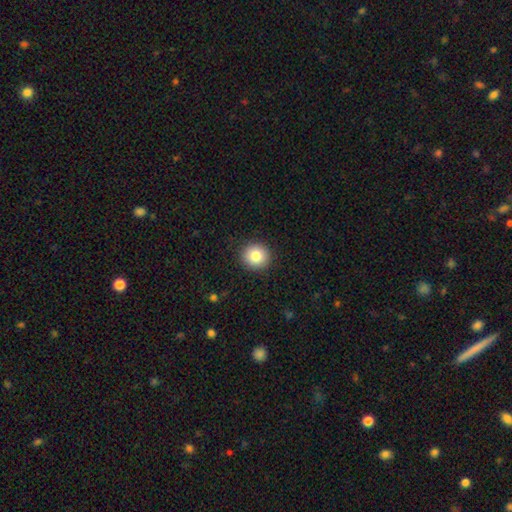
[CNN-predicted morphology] Smooth or featured?
  - smooth: 82% *
  - star or artifact: 10%
  - featured or disk: 8%
How rounded?
  - round: 91% *
  - in between: 8%
  - cigar-shaped: 1%
Merging?
  - none: 91% *
  - minor disturbance: 6%
  - major disturbance: 2%
  - merger: 1%